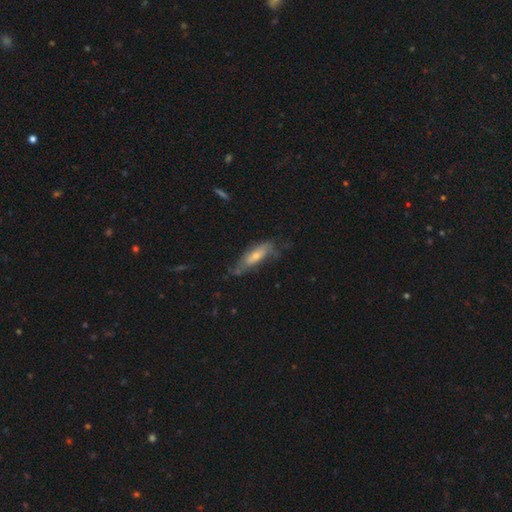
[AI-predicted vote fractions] smooth-or-featured: featured or disk: 51% | smooth: 41% | star or artifact: 8%
  disk-edge-on: no: 64% | yes: 36%
  merging: none: 52% | minor disturbance: 31% | major disturbance: 15% | merger: 2%